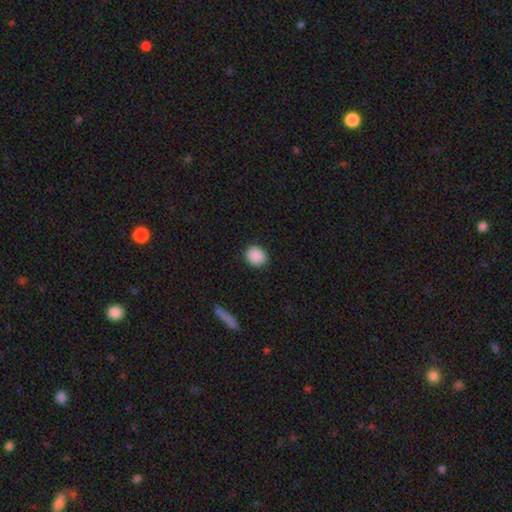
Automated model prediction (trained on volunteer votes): smooth_or_featured: smooth (p=0.90) [alt: star or artifact p=0.08]
how_rounded: round (p=0.66) [alt: in between p=0.33]
merging: none (p=0.90) [alt: minor disturbance p=0.07]